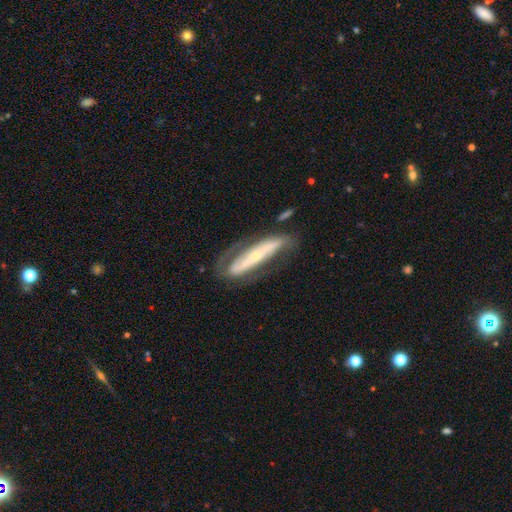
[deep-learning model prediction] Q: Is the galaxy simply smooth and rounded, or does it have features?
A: featured or disk — 75%.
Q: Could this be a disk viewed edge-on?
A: no — 66%.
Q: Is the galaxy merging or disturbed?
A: none — 58%.